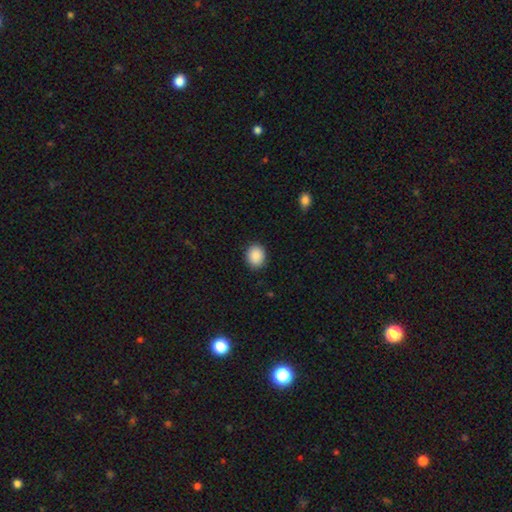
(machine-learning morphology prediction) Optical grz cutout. It shows a smooth galaxy with no disk features (90%) that is round (54%). Merging: none (89%).